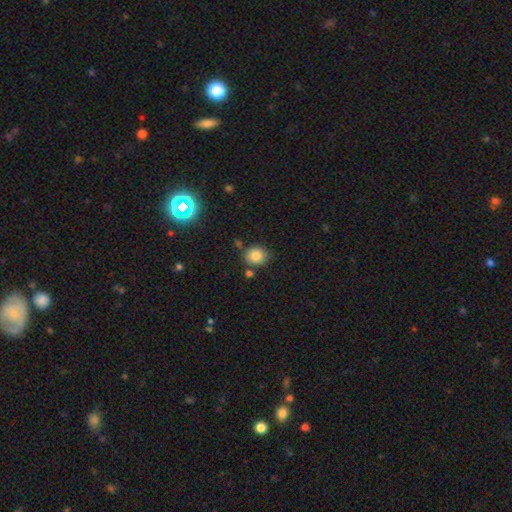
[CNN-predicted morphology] Smooth or featured? Predicted: smooth (p=0.83). How rounded? Predicted: round (p=0.72). Merging? Predicted: none (p=0.76).